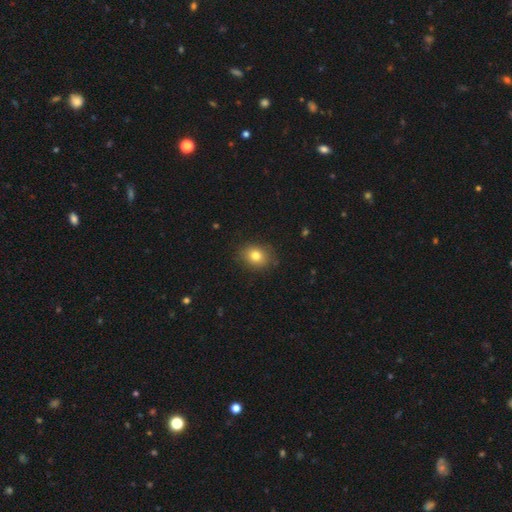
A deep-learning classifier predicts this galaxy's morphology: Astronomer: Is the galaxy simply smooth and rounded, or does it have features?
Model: smooth — 80%.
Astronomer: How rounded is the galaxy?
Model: round — 57% (runner-up: in between, 43%).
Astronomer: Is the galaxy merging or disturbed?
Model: none — 86%.